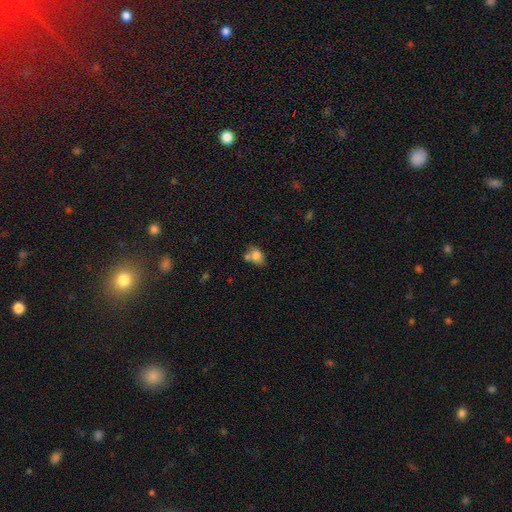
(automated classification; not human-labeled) Q: Smooth or featured?
A: smooth (79%); runner-up: featured or disk (11%)
Q: How rounded?
A: in between (66%); runner-up: round (33%)
Q: Merging?
A: none (47%); runner-up: merger (32%)